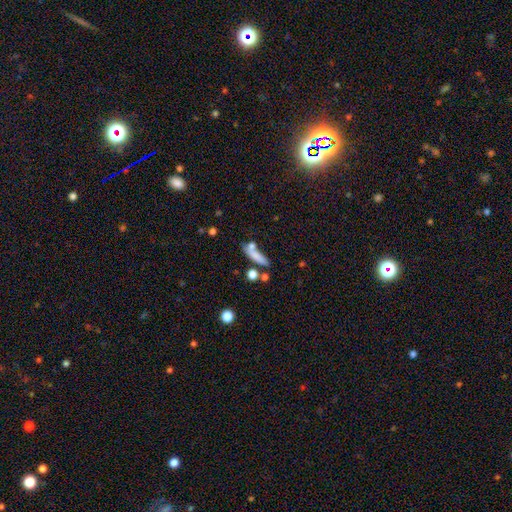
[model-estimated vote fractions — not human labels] Morphology: type=smooth (74%); roundness=cigar-shaped (70%); merging=none (55%).